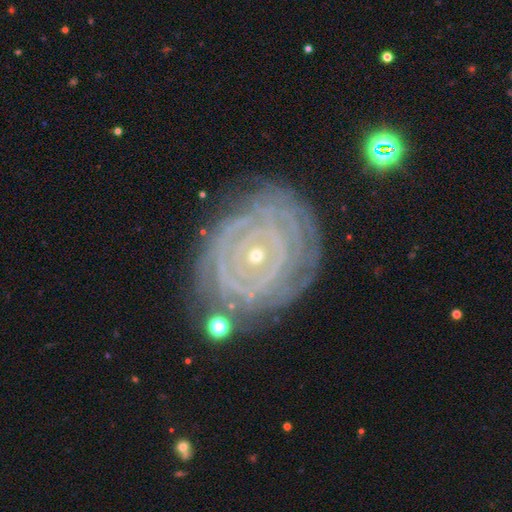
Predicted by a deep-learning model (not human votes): Smooth or featured?
  - featured or disk: 88% *
  - smooth: 6%
  - star or artifact: 6%
Edge-on disk?
  - no: 97% *
  - yes: 3%
Bar?
  - no: 73% *
  - weak: 18%
  - strong: 9%
Spiral arms?
  - yes: 94% *
  - no: 6%
Spiral winding?
  - tight: 89% *
  - medium: 9%
  - loose: 2%
Spiral arm count?
  - can't tell: 34% *
  - 2: 17%
  - 4: 15%
  - 3: 14%
  - more than 4: 13%
  - 1: 7%
Bulge size?
  - small: 77% *
  - moderate: 20%
  - large: 1%
  - none: 1%
  - dominant: 1%
Merging?
  - none: 77% *
  - minor disturbance: 15%
  - major disturbance: 6%
  - merger: 2%